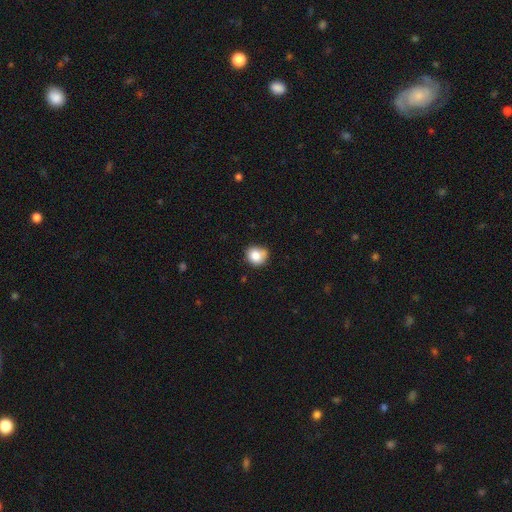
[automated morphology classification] type=smooth (84%); roundness=round (82%); merging=none (64%).